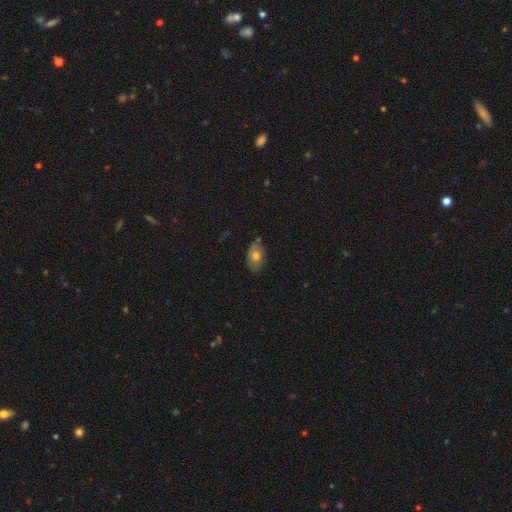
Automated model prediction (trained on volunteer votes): A smooth galaxy with no disk features (62%) that is in between round and cigar-shaped (88%).

Vote fractions:
- Smooth or featured? smooth: 62% / featured or disk: 29% / star or artifact: 9%
- How rounded? in between: 88% / round: 10% / cigar-shaped: 2%
- Merging? none: 70% / minor disturbance: 23% / major disturbance: 4% / merger: 3%